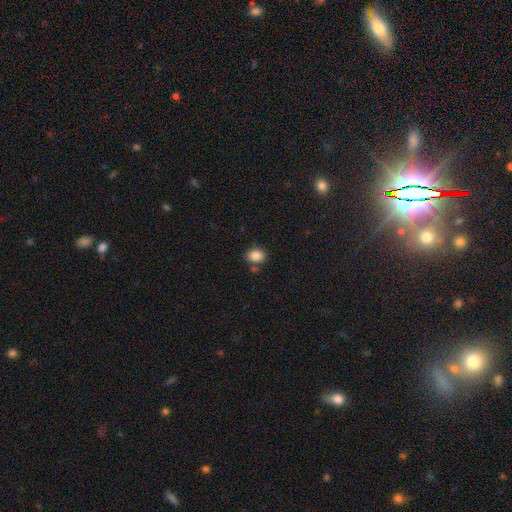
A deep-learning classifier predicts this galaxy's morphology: Q: Smooth or featured?
A: smooth (85%); runner-up: star or artifact (9%)
Q: How rounded?
A: in between (60%); runner-up: round (39%)
Q: Merging?
A: none (73%); runner-up: minor disturbance (13%)